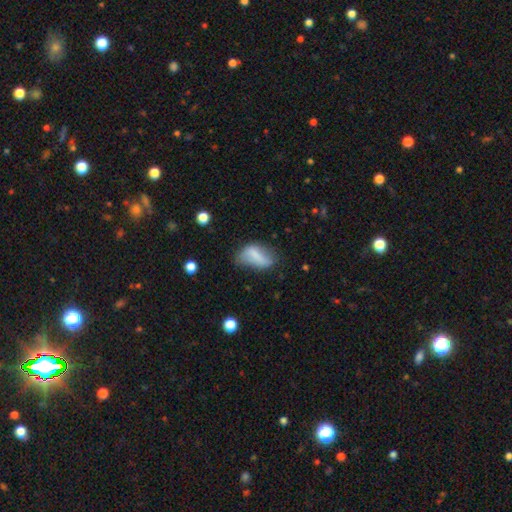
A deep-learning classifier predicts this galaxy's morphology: A smooth galaxy with no disk features (67%) that is in between round and cigar-shaped (88%). Merging: none (45%).